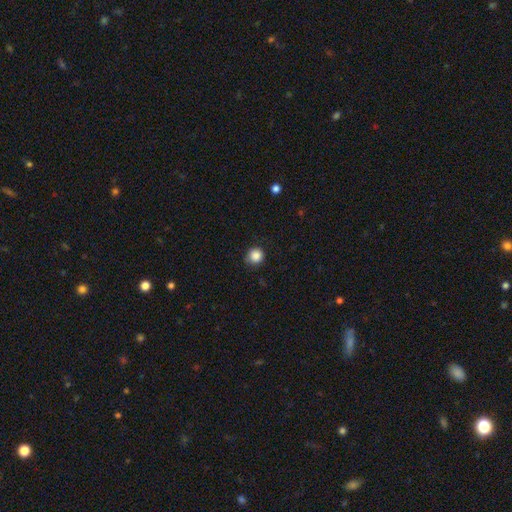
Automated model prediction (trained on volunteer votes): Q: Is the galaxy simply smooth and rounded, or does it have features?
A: smooth — 87%.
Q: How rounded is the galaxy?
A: round — 91%.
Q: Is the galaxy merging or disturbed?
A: none — 81%.